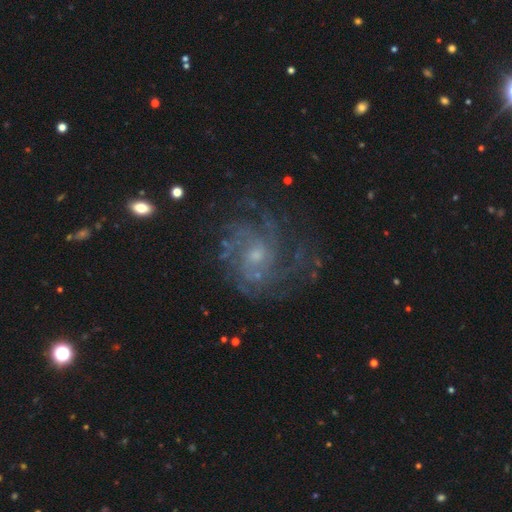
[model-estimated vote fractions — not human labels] Smooth or featured? featured or disk (83%)
Edge-on disk? no (98%)
Bar? no (74%)
Spiral arms? yes (93%)
Spiral winding? tight (51%)
Spiral arm count? can't tell (36%)
Bulge size? small (60%)
Merging? none (70%)